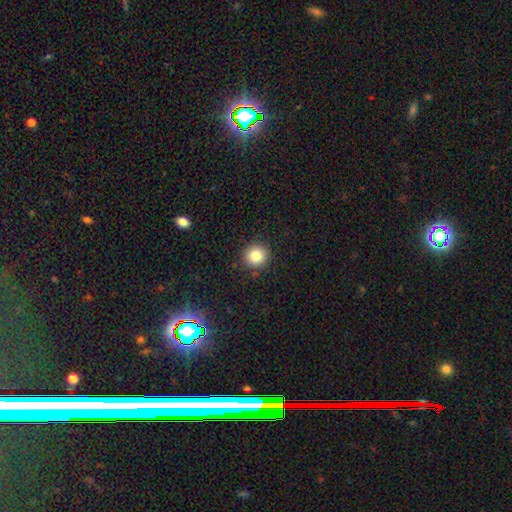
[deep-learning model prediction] A smooth galaxy with no disk features (82%) that is round (92%).

Vote fractions:
- Smooth or featured? smooth: 82% / star or artifact: 11% / featured or disk: 7%
- How rounded? round: 92% / in between: 7% / cigar-shaped: 1%
- Merging? none: 91% / minor disturbance: 6% / major disturbance: 2% / merger: 1%